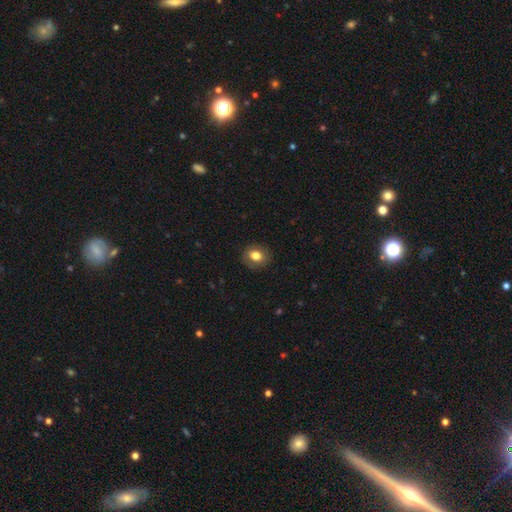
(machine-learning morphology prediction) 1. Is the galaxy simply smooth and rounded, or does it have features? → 77% smooth, 14% featured or disk, 9% star or artifact.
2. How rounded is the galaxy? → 65% round, 34% in between, 1% cigar-shaped.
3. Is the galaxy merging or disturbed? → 87% none, 9% minor disturbance, 3% major disturbance, 1% merger.